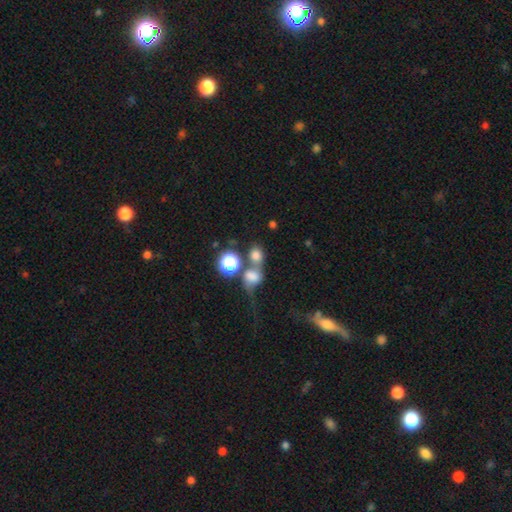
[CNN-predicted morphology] The model was most divided on "merging": merger: 48%, none: 33%, major disturbance: 10%, minor disturbance: 9%. More confident: smooth or featured — smooth (72%); how rounded — round (64%).